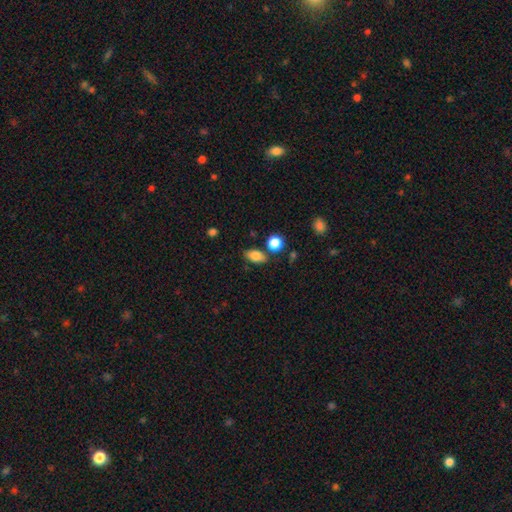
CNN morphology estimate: smooth-or-featured: smooth: 82% | star or artifact: 9% | featured or disk: 9%
  how-rounded: in between: 84% | round: 11% | cigar-shaped: 4%
  merging: none: 76% | minor disturbance: 13% | merger: 8% | major disturbance: 3%